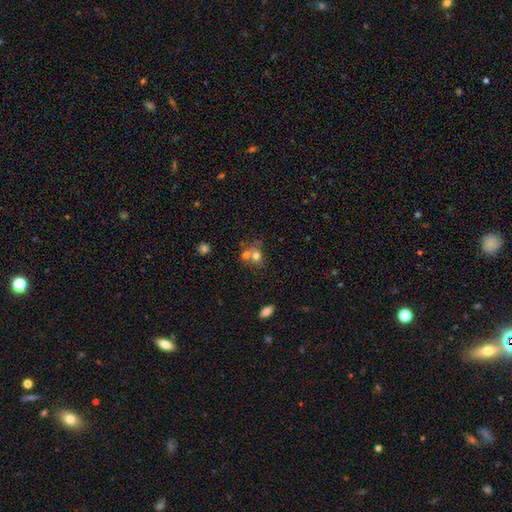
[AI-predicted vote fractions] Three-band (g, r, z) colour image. It shows a smooth galaxy with no disk features (70%) that is round (72%). Merging: merger (53%).